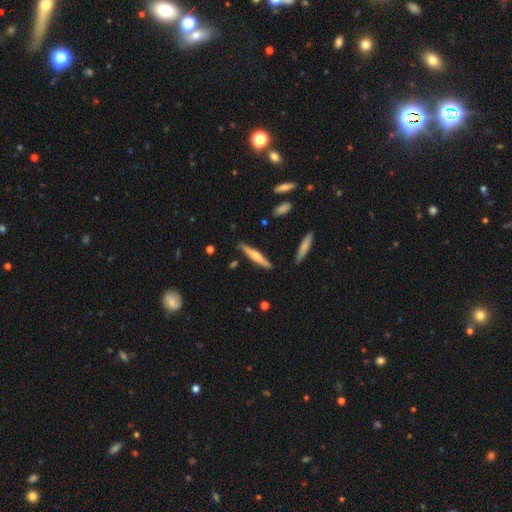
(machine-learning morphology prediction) Smooth or featured?
  - featured or disk: 49% *
  - smooth: 45%
  - star or artifact: 6%
Merging?
  - none: 85% *
  - minor disturbance: 10%
  - merger: 3%
  - major disturbance: 2%